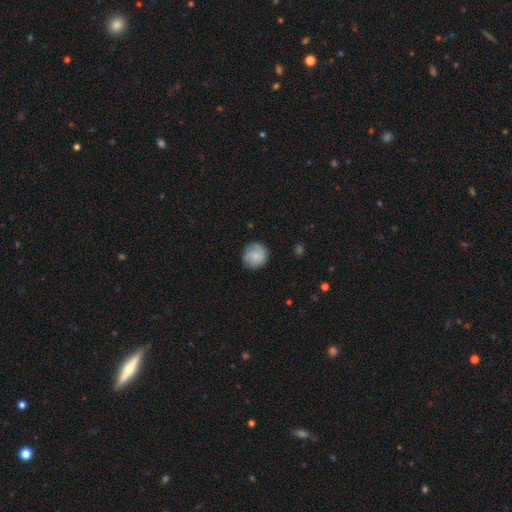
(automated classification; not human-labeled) Overall: smooth (64%; featured or disk 29%). How rounded: round (89%). Merging: none (77%).